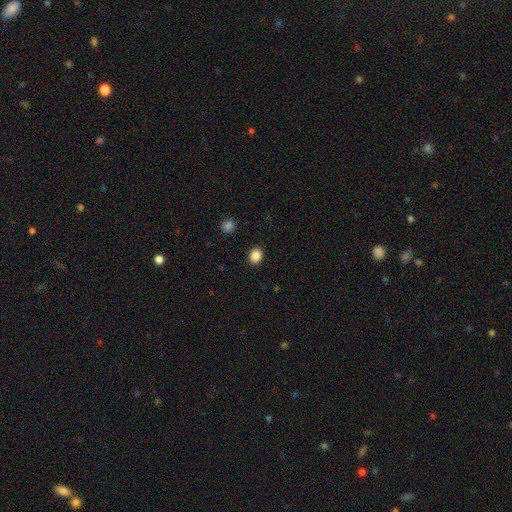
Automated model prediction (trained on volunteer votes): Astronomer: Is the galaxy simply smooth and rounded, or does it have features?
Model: smooth — 86%.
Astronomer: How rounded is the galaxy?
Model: round — 64%.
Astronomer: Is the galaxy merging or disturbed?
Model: none — 91%.